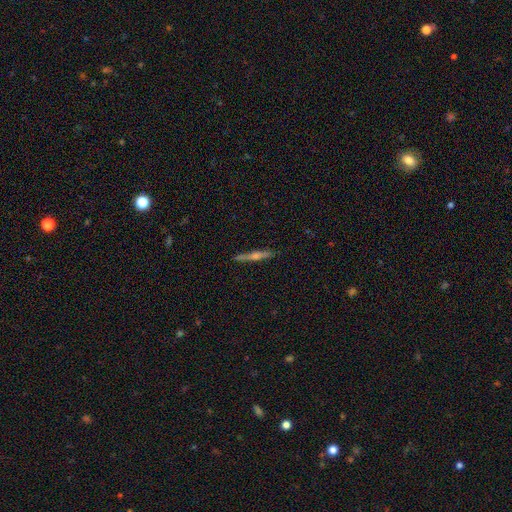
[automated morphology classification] Overall: featured or disk (66%; smooth 27%). Edge-on disk: yes (97%). Edge-on bulge: rounded (78%). Merging: none (89%).